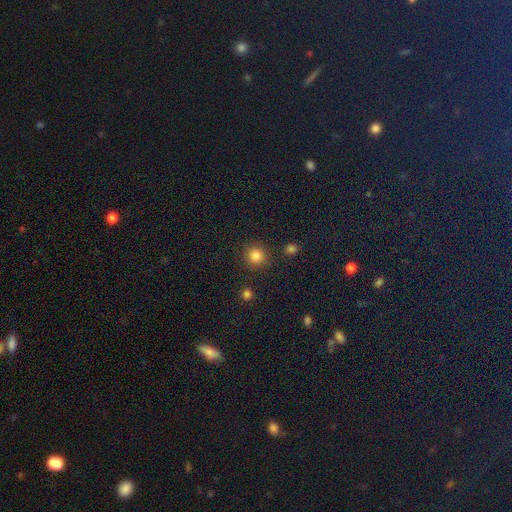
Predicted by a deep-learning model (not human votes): Smooth or featured: smooth — 84% (star or artifact — 12%)
How rounded: round — 92% (in between — 7%)
Merging: none — 86% (minor disturbance — 8%)